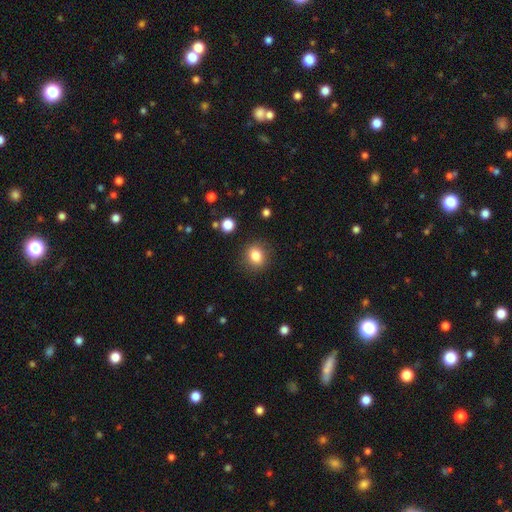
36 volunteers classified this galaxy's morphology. This appears to be a smooth galaxy with no disk features (86%) that is round (68%). Merging: none (79%).